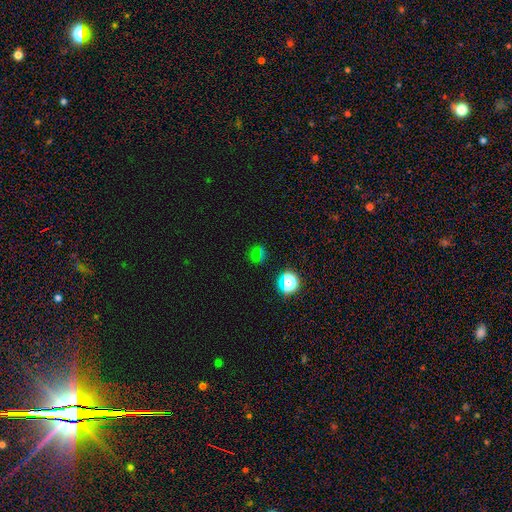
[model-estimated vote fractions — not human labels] Smooth or featured: smooth — 46% (star or artifact — 45%)
Merging: none — 75% (minor disturbance — 13%)